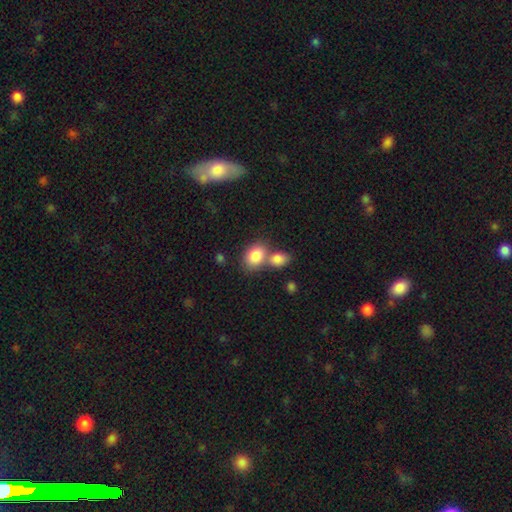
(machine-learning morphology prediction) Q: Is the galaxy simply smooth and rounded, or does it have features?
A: smooth — 83%.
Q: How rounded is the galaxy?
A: in between — 72%.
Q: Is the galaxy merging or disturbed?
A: merger — 45%.